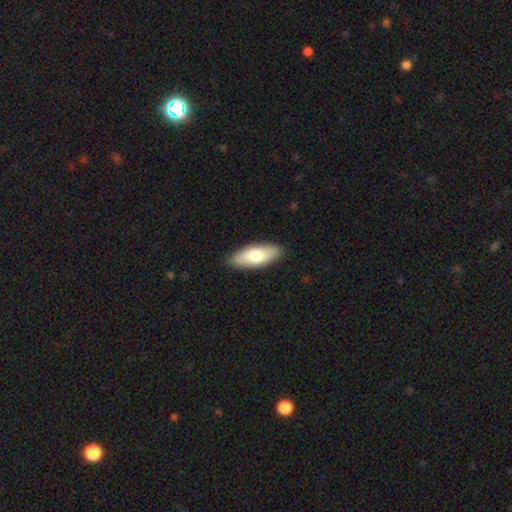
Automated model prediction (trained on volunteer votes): Smooth or featured? Predicted: smooth (p=0.76). How rounded? Predicted: in between (p=0.74). Merging? Predicted: none (p=0.88).